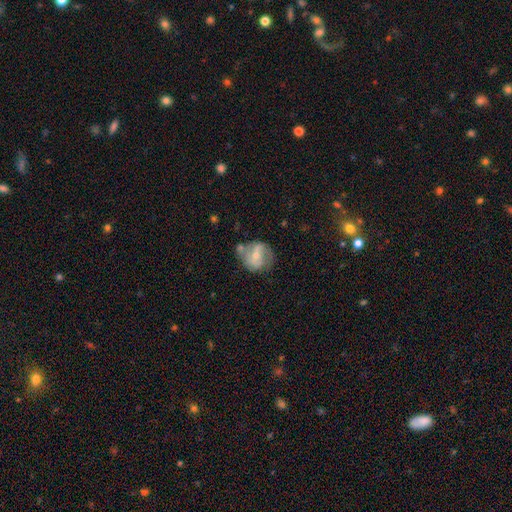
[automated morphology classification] Smooth or featured? featured or disk (60%)
Edge-on disk? no (97%)
Bar? weak (43%)
Spiral arms? yes (78%)
Bulge size? small (56%)
Merging? none (51%)